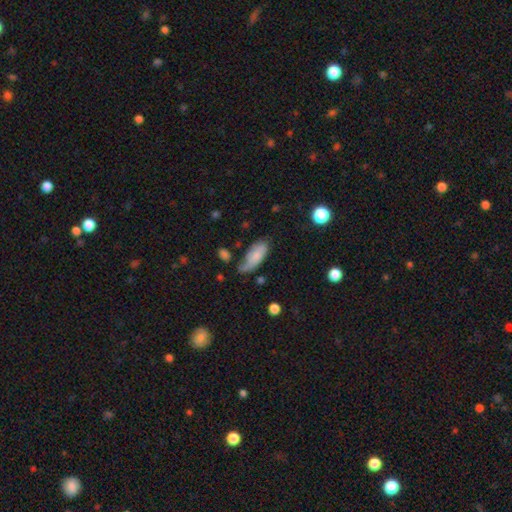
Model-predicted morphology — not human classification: Smooth or featured? Predicted: smooth (p=0.71). How rounded? Predicted: in between (p=0.86). Merging? Predicted: none (p=0.43).